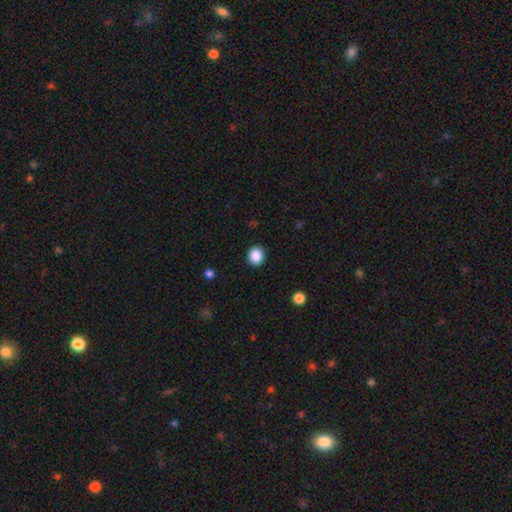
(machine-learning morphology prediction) Smooth or featured: smooth — 88% (star or artifact — 9%)
How rounded: round — 78% (in between — 21%)
Merging: none — 91% (minor disturbance — 6%)